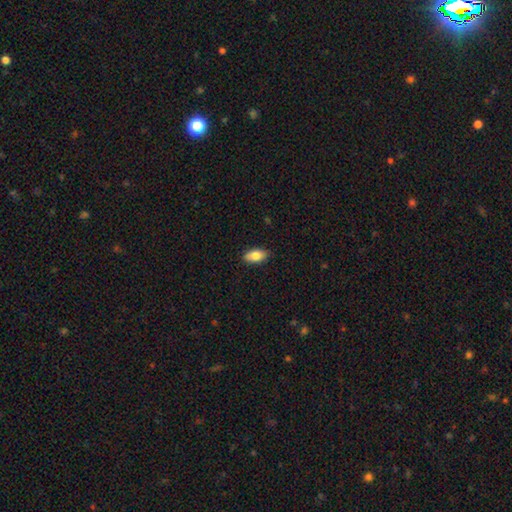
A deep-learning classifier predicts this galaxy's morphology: This is clearly a smooth galaxy (81%). How rounded: clearly in between (91%). Merging: clearly none (87%).